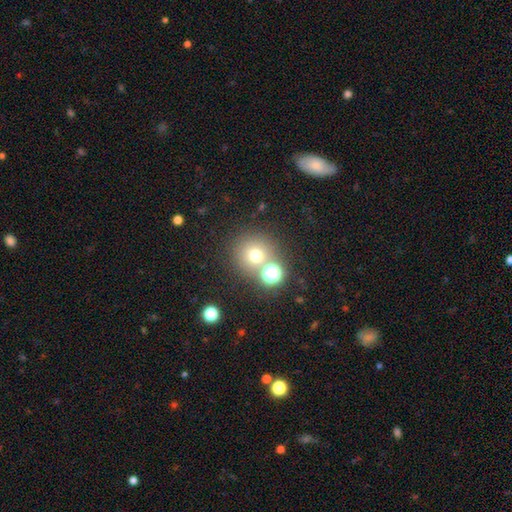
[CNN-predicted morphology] smooth-or-featured: smooth: 68% | star or artifact: 21% | featured or disk: 11%
  how-rounded: round: 92% | in between: 7% | cigar-shaped: 1%
  merging: none: 68% | merger: 20% | minor disturbance: 8% | major disturbance: 4%